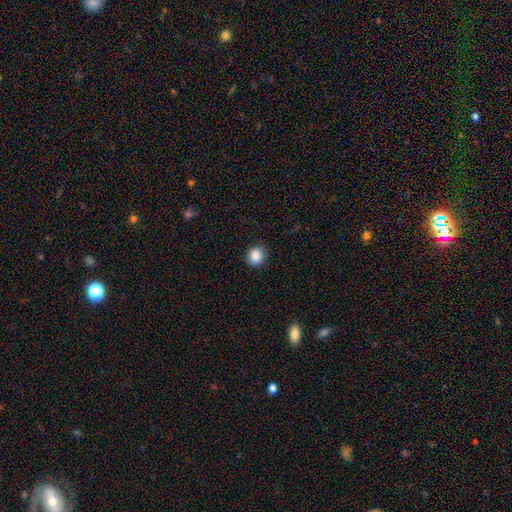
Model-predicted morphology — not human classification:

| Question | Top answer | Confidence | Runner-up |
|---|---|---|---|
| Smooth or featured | smooth | 87% | star or artifact (9%) |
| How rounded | round | 69% | in between (30%) |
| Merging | none | 85% | minor disturbance (11%) |